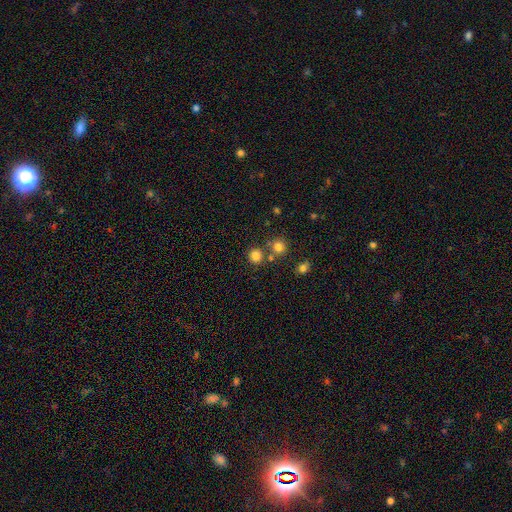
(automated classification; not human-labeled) The model was most divided on "merging": none: 75%, merger: 15%, minor disturbance: 7%, major disturbance: 3%. More confident: how rounded — round (91%); smooth or featured — smooth (79%).